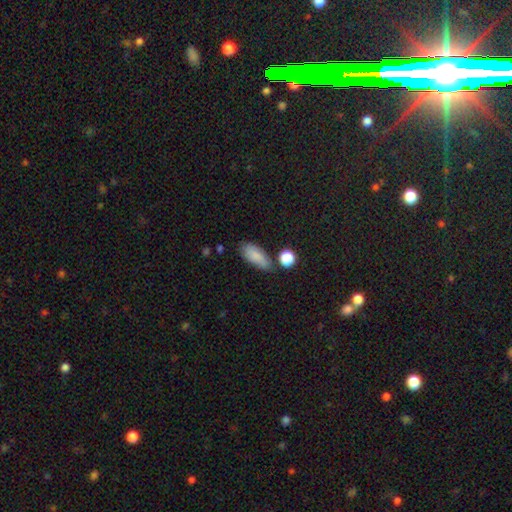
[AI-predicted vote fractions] Q: Smooth or featured?
A: smooth (84%); runner-up: featured or disk (8%)
Q: How rounded?
A: in between (82%); runner-up: cigar-shaped (15%)
Q: Merging?
A: none (69%); runner-up: minor disturbance (19%)